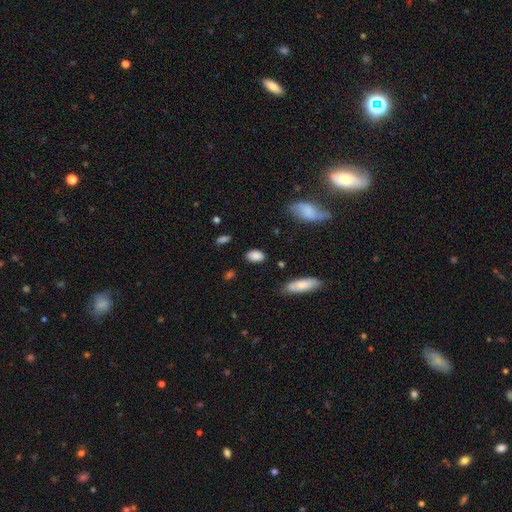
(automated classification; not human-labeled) Overall: smooth (85%). How rounded: in between (89%). Merging: none (81%).